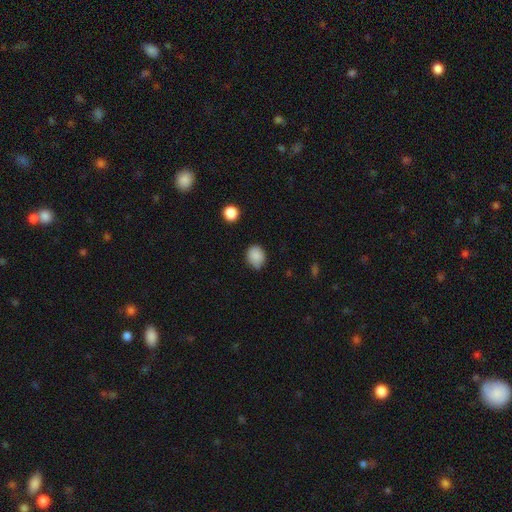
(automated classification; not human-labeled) smooth_or_featured: smooth (p=0.88) [alt: star or artifact p=0.09]
how_rounded: round (p=0.61) [alt: in between p=0.38]
merging: none (p=0.74) [alt: minor disturbance p=0.20]